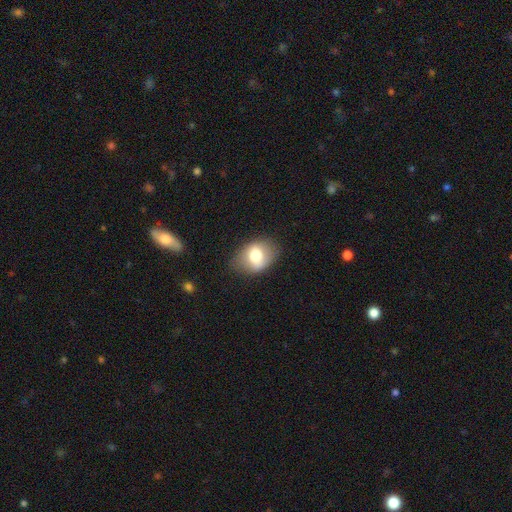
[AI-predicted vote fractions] Smooth or featured? smooth (67%)
How rounded? in between (74%)
Merging? none (76%)